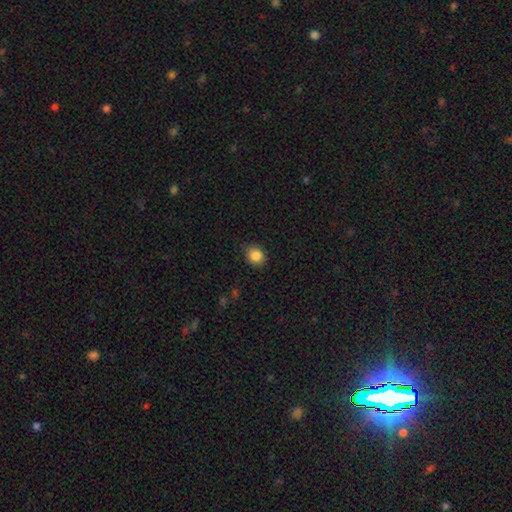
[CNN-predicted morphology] smooth 86%, star or artifact 9%, featured or disk 5%. Down the decision tree: how rounded — round (68%); merging — none (80%).